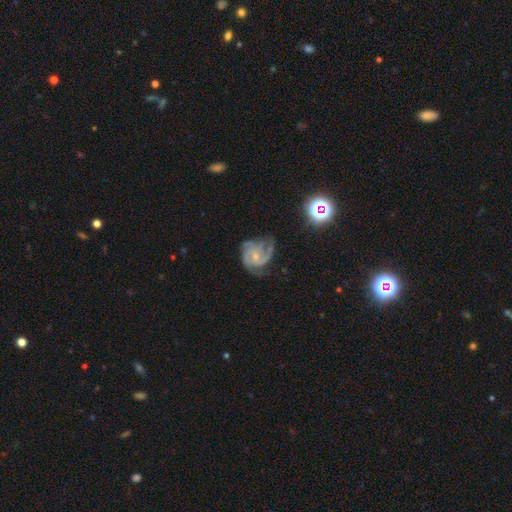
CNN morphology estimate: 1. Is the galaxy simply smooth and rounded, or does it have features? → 80% featured or disk, 13% smooth, 7% star or artifact.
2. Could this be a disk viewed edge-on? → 98% no, 2% yes.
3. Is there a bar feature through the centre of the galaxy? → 62% no, 33% weak, 5% strong.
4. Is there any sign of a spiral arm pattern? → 94% yes, 6% no.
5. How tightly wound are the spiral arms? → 47% medium, 36% tight, 18% loose.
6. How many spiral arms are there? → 38% 3, 24% 2, 20% can't tell, 8% 4, 6% 1, 5% more than 4.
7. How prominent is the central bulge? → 68% small, 23% moderate, 7% none, 1% large, 1% dominant.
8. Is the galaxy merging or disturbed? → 49% none, 26% minor disturbance, 23% major disturbance, 2% merger.